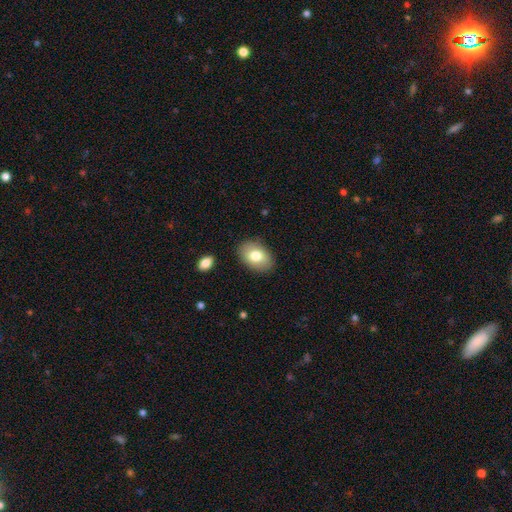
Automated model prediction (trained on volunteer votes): Smooth or featured: smooth — 78% (featured or disk — 15%)
How rounded: in between — 85% (round — 14%)
Merging: none — 86% (minor disturbance — 10%)